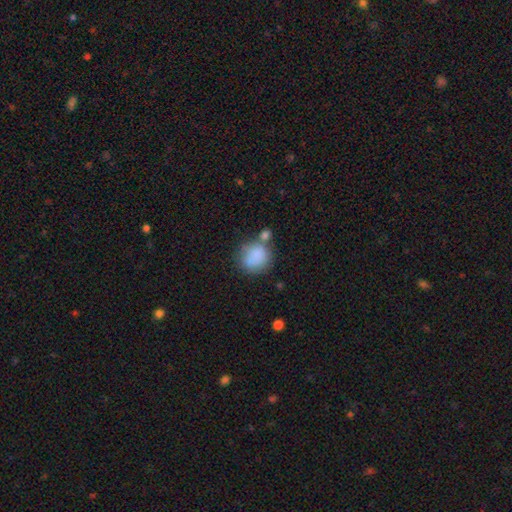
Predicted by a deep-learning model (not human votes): Smooth or featured?
  - smooth: 83% *
  - featured or disk: 9%
  - star or artifact: 8%
How rounded?
  - round: 81% *
  - in between: 18%
  - cigar-shaped: 1%
Merging?
  - none: 50% *
  - merger: 25%
  - minor disturbance: 17%
  - major disturbance: 8%